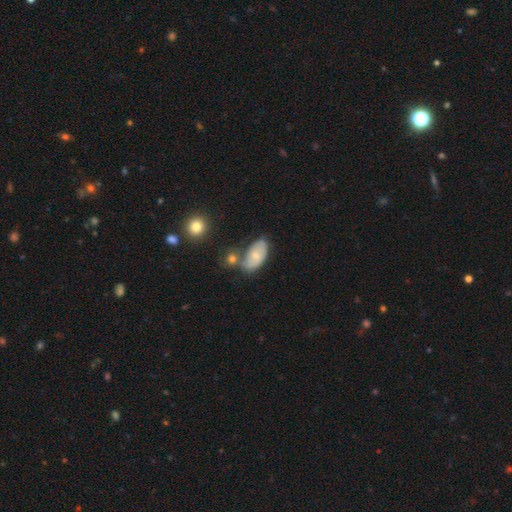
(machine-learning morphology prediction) smooth 55%, featured or disk 37%, star or artifact 7%. Down the decision tree: how rounded — in between (91%); merging — none (37%).